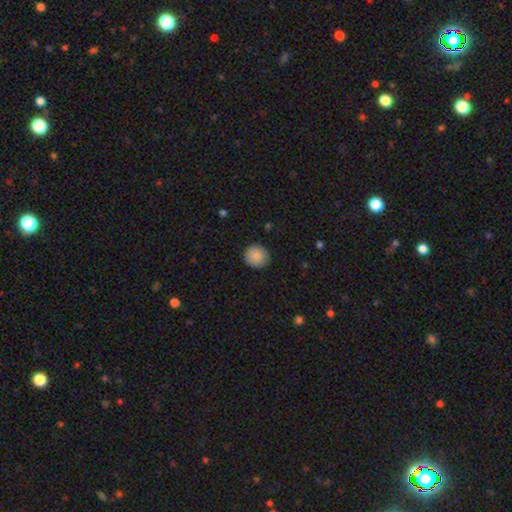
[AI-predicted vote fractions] A smooth galaxy with no disk features (89%) that is round (91%).

Vote fractions:
- Smooth or featured? smooth: 89% / star or artifact: 7% / featured or disk: 4%
- How rounded? round: 91% / in between: 8% / cigar-shaped: 1%
- Merging? none: 89% / minor disturbance: 8% / major disturbance: 2% / merger: 1%